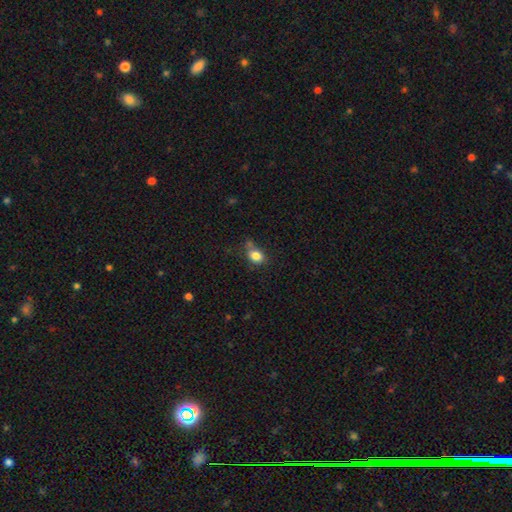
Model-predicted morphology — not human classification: smooth_or_featured: smooth (p=0.82) [alt: star or artifact p=0.10]
how_rounded: in between (p=0.66) [alt: round p=0.33]
merging: none (p=0.52) [alt: minor disturbance p=0.27]